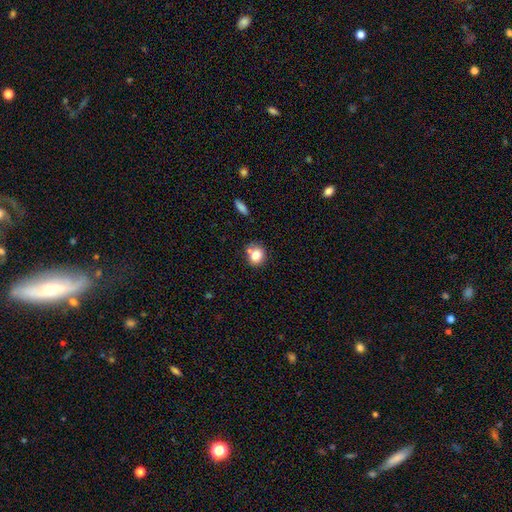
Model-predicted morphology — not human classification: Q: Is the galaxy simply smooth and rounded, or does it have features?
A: smooth — 79%.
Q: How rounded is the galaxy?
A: round — 70%.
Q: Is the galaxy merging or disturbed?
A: none — 62%.